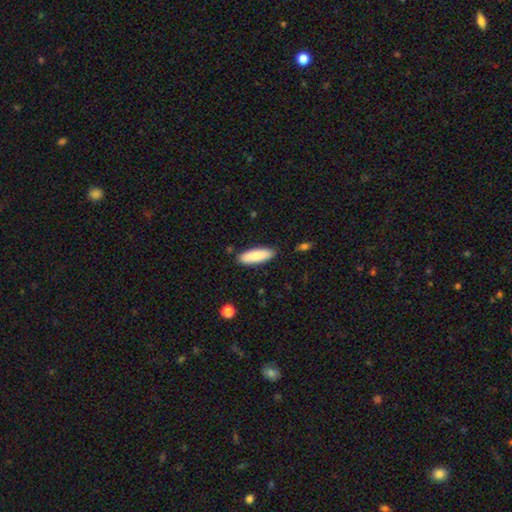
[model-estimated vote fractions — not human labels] Smooth or featured?
  - smooth: 86% *
  - featured or disk: 8%
  - star or artifact: 5%
How rounded?
  - in between: 54% *
  - cigar-shaped: 45%
  - round: 2%
Merging?
  - none: 87% *
  - minor disturbance: 10%
  - major disturbance: 2%
  - merger: 2%